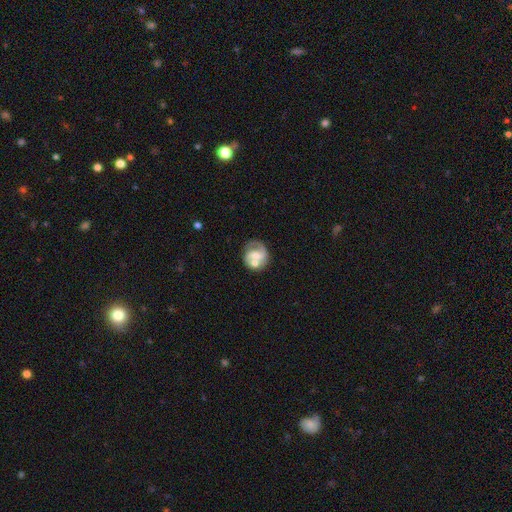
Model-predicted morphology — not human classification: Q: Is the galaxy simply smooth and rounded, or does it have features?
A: featured or disk — 66%.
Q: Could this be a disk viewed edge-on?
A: no — 98%.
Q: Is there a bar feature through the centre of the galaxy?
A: no — 51%.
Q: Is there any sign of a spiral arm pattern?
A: yes — 79%.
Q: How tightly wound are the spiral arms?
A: medium — 44%.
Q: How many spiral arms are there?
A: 2 — 63%.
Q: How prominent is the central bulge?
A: moderate — 51%.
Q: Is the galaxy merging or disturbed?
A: none — 47%.